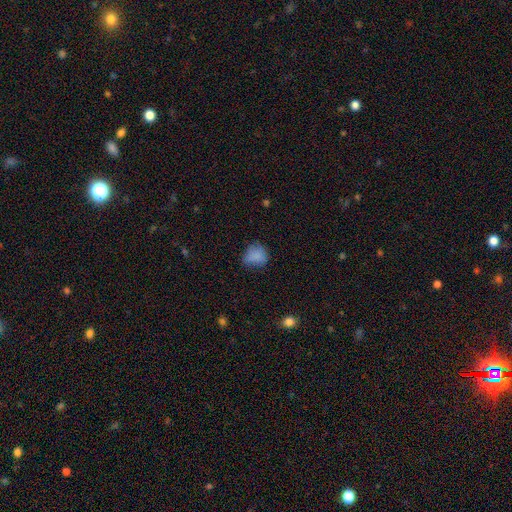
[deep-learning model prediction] Smooth or featured? smooth (80%)
How rounded? round (63%)
Merging? none (57%)